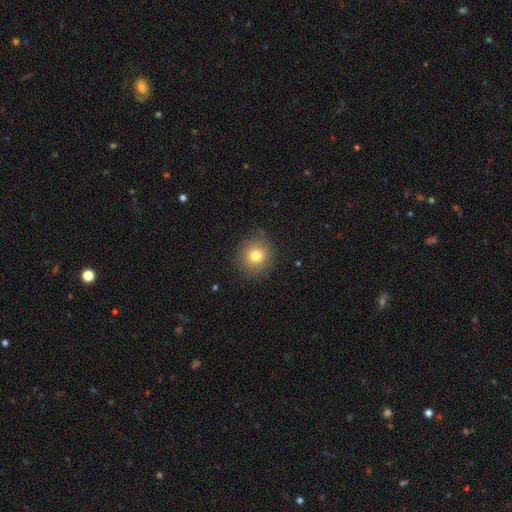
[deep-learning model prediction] Morphology: type=smooth (77%); roundness=round (88%); merging=none (84%).